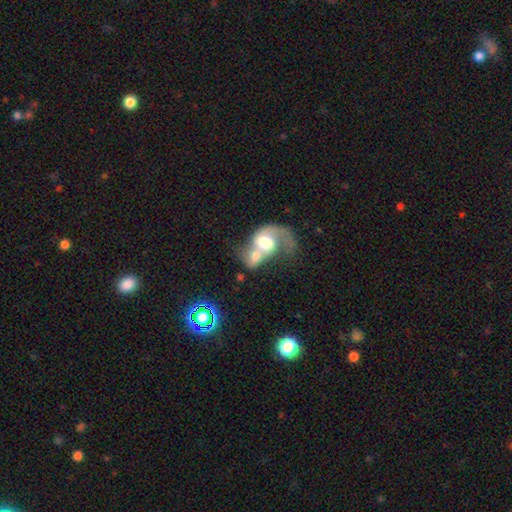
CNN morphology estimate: featured or disk 57%, smooth 36%, star or artifact 8%. Down the decision tree: edge-on disk — no (97%); bar — no (69%); spiral arms — yes (74%); bulge size — moderate (51%); merging — merger (74%).